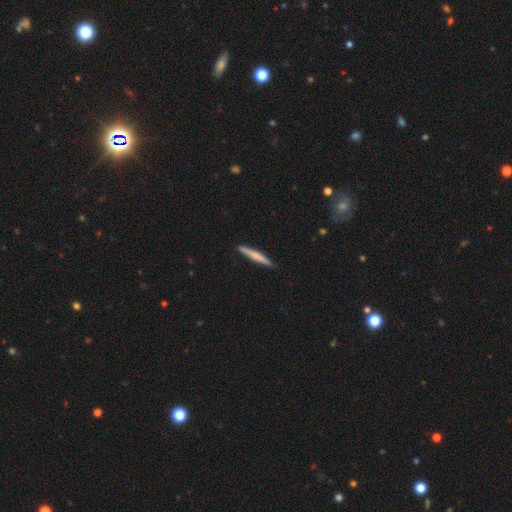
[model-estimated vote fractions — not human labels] A smooth galaxy with no disk features (60%) that is cigar-shaped (96%).

Vote fractions:
- Smooth or featured? smooth: 60% / featured or disk: 35% / star or artifact: 5%
- How rounded? cigar-shaped: 96% / in between: 3% / round: 1%
- Merging? none: 90% / minor disturbance: 7% / major disturbance: 1% / merger: 1%